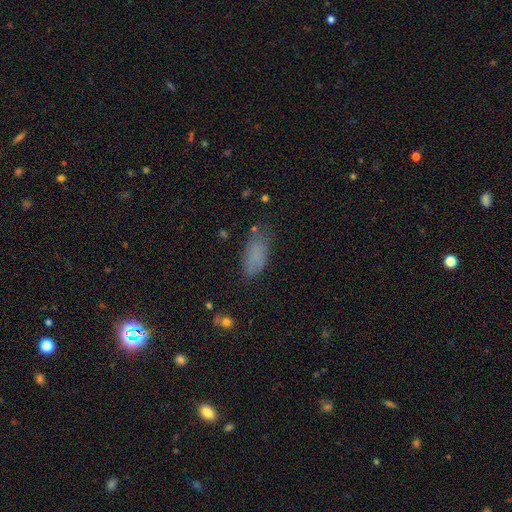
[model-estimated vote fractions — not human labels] A smooth galaxy with no disk features (76%) that is in between round and cigar-shaped (85%).

Vote fractions:
- Smooth or featured? smooth: 76% / star or artifact: 13% / featured or disk: 12%
- How rounded? in between: 85% / cigar-shaped: 12% / round: 3%
- Merging? none: 63% / minor disturbance: 24% / major disturbance: 10% / merger: 3%